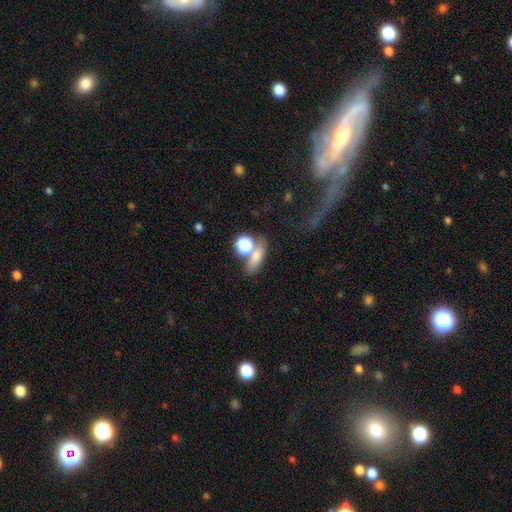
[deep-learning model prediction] Smooth or featured? smooth (68%)
How rounded? in between (54%)
Merging? none (54%)